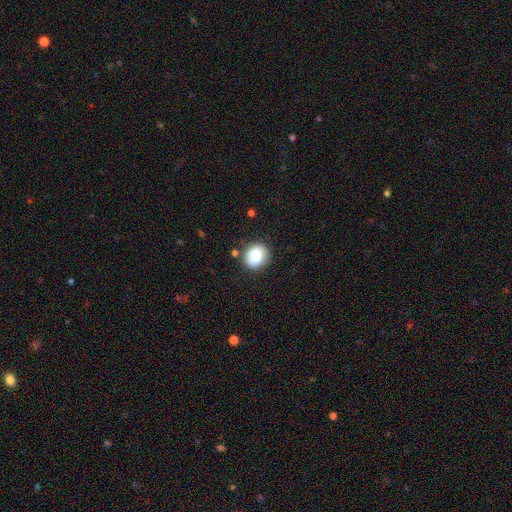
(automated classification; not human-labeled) smooth 79%, featured or disk 13%, star or artifact 8%. Down the decision tree: how rounded — round (79%); merging — none (80%).